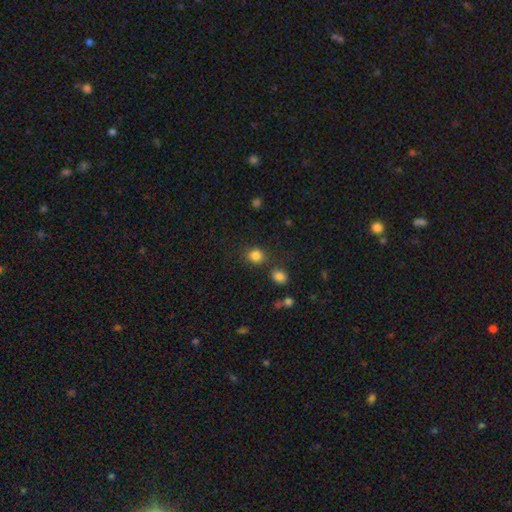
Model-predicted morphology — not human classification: Overall: smooth (83%). How rounded: round (77%). Merging: none (76%).